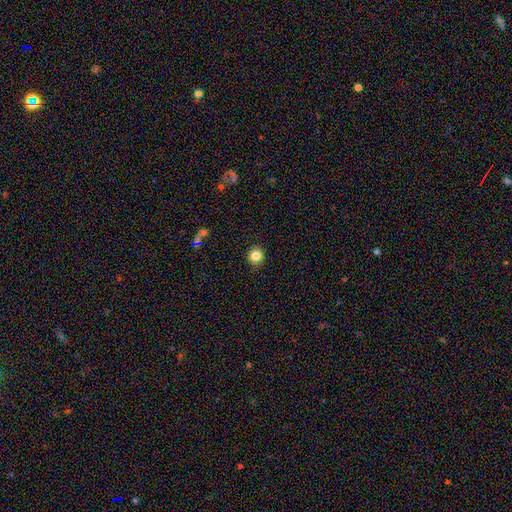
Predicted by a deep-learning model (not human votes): smooth 83%, star or artifact 12%, featured or disk 5%. Down the decision tree: how rounded — round (88%); merging — none (90%).